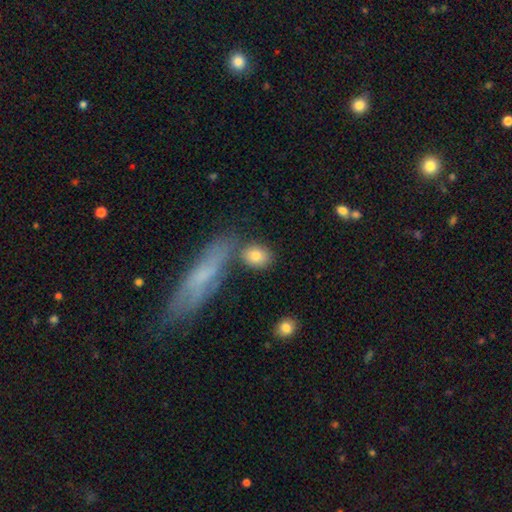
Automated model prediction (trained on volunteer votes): This appears to be a smooth galaxy with no disk features (79%) that is in between round and cigar-shaped (59%). Merging: none (70%).